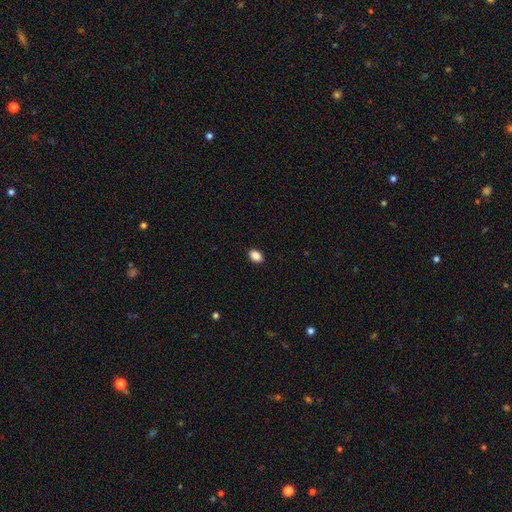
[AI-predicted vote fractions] smooth-or-featured: smooth: 87% | star or artifact: 9% | featured or disk: 4%
  how-rounded: in between: 78% | round: 21% | cigar-shaped: 1%
  merging: none: 90% | minor disturbance: 7% | major disturbance: 2% | merger: 1%